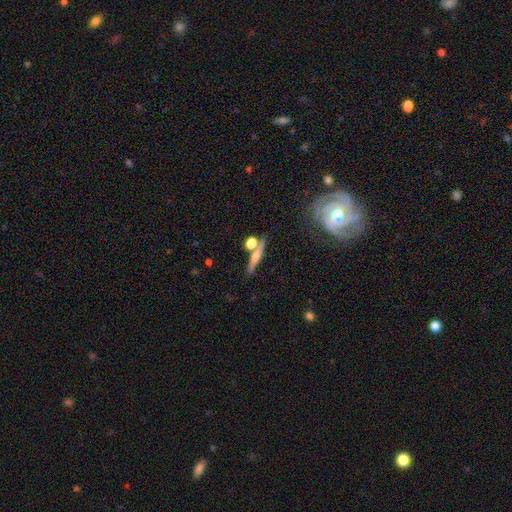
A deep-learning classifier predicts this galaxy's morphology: smooth-or-featured: featured or disk: 49% | smooth: 41% | star or artifact: 10%
  merging: none: 68% | merger: 16% | minor disturbance: 11% | major disturbance: 4%